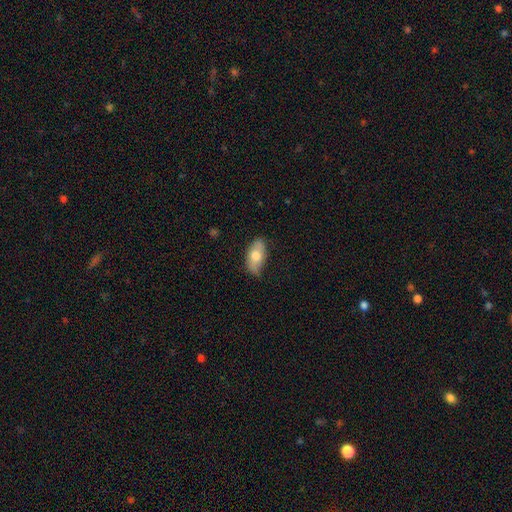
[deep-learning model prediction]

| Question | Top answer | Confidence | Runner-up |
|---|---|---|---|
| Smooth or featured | smooth | 67% | featured or disk (27%) |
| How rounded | in between | 91% | cigar-shaped (5%) |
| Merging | none | 74% | minor disturbance (21%) |